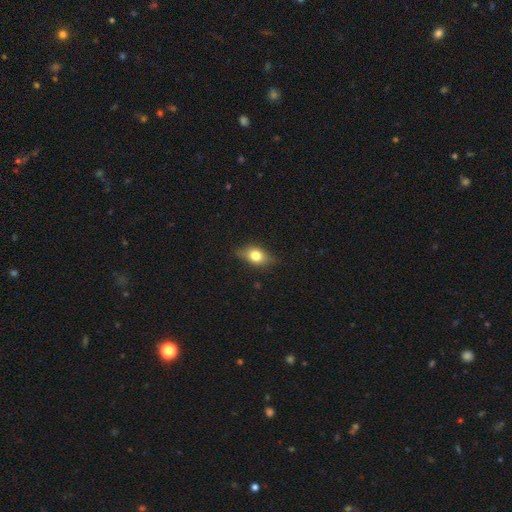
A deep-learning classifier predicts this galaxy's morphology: Smooth or featured?
  - smooth: 71% *
  - featured or disk: 20%
  - star or artifact: 9%
How rounded?
  - in between: 76% *
  - round: 17%
  - cigar-shaped: 6%
Merging?
  - none: 78% *
  - minor disturbance: 18%
  - major disturbance: 3%
  - merger: 1%